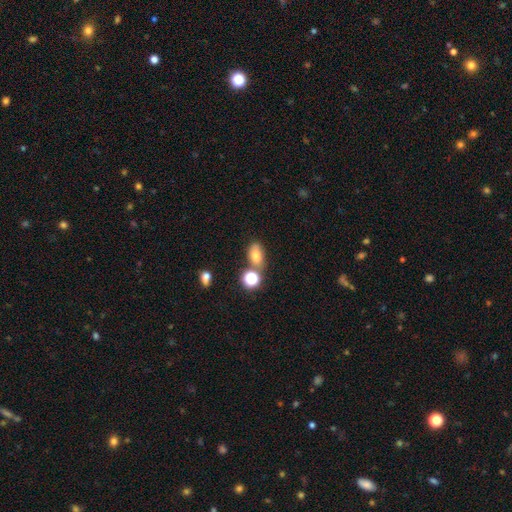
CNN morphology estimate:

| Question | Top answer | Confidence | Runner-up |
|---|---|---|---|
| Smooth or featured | smooth | 73% | star or artifact (16%) |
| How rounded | in between | 78% | round (20%) |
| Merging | none | 64% | merger (17%) |